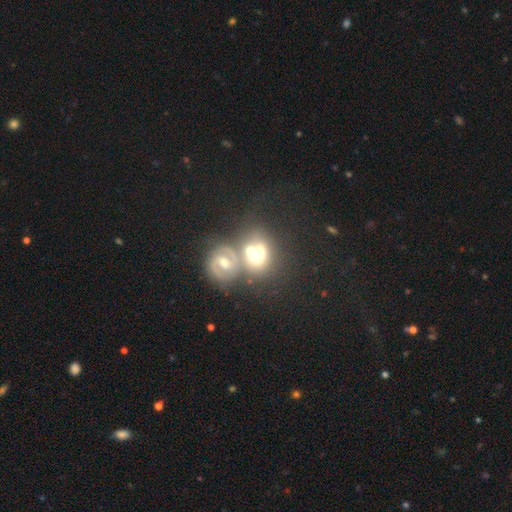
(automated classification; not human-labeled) Morphology: type=featured or disk (50%); merging=merger (60%).